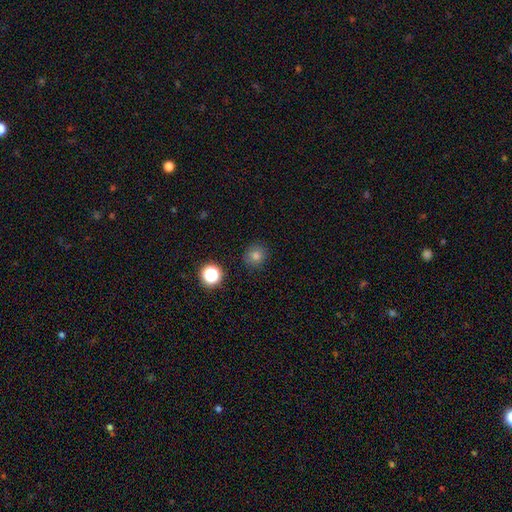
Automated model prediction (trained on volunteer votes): The model was most divided on "smooth or featured": smooth: 78%, star or artifact: 15%, featured or disk: 7%. More confident: how rounded — round (90%); merging — none (89%).